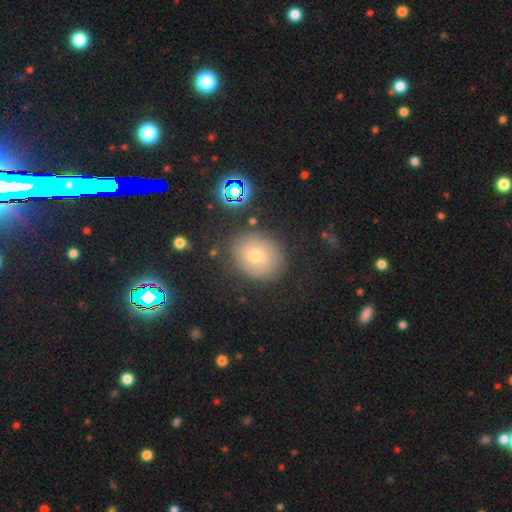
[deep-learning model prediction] Morphology: type=smooth (52%); roundness=round (66%); merging=none (80%).